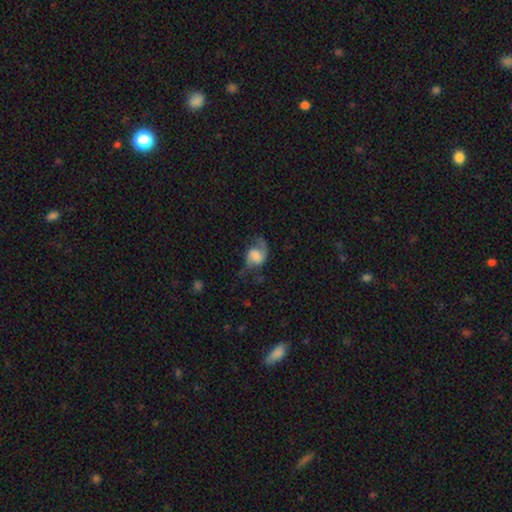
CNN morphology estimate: featured or disk 59%, smooth 33%, star or artifact 8%. Down the decision tree: edge-on disk — no (97%); bar — no (51%); spiral arms — yes (87%); bulge size — none (35%); merging — none (43%).